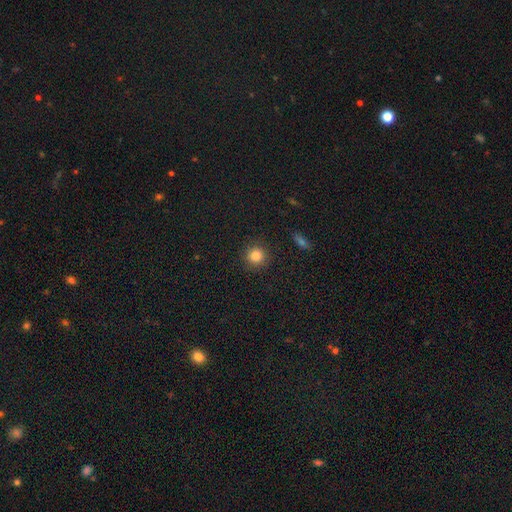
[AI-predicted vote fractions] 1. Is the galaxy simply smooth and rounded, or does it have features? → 84% smooth, 11% star or artifact, 5% featured or disk.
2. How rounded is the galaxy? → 93% round, 6% in between, 1% cigar-shaped.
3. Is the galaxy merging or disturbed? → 90% none, 7% minor disturbance, 2% major disturbance, 1% merger.